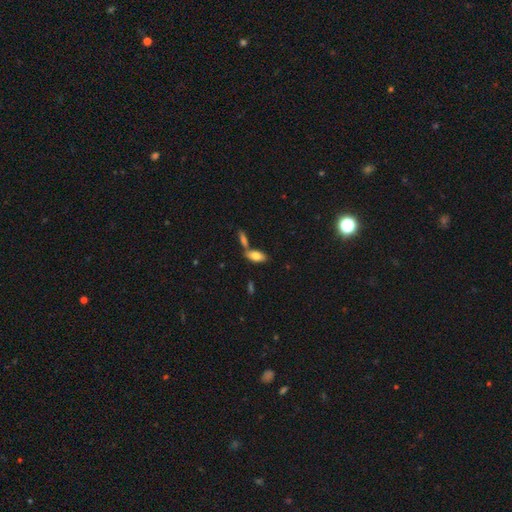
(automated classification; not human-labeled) This appears to be a smooth galaxy with no disk features (76%) that is in between round and cigar-shaped (87%). Merging: none (58%).